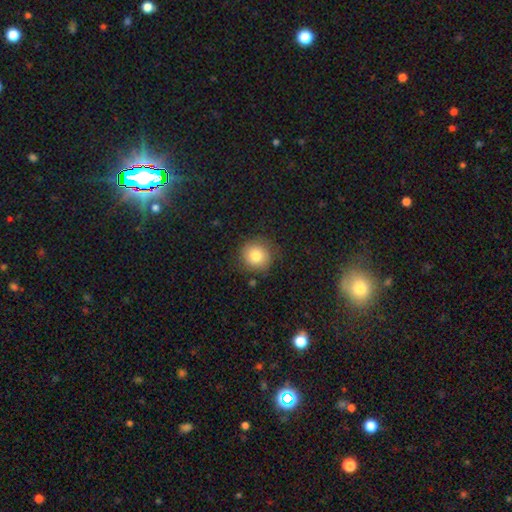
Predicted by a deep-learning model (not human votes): Morphology: type=smooth (80%); roundness=round (92%); merging=none (82%).